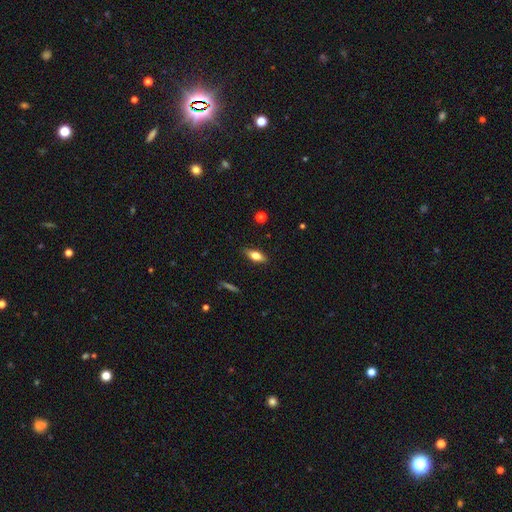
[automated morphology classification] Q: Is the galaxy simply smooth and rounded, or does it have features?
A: smooth — 64%.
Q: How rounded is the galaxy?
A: in between — 72%.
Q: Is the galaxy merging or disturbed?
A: none — 86%.